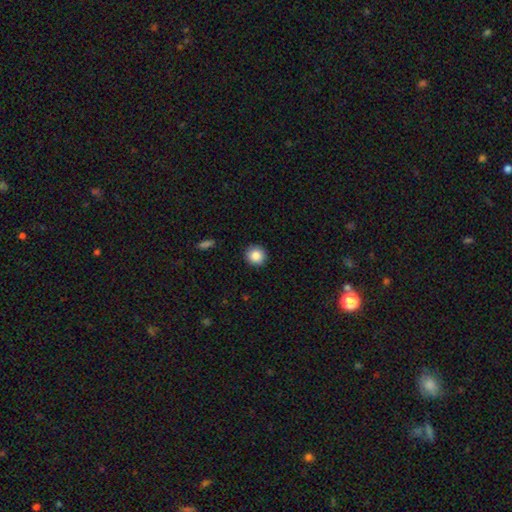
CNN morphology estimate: This is clearly a smooth galaxy (86%). How rounded: clearly round (93%). Merging: clearly none (91%).